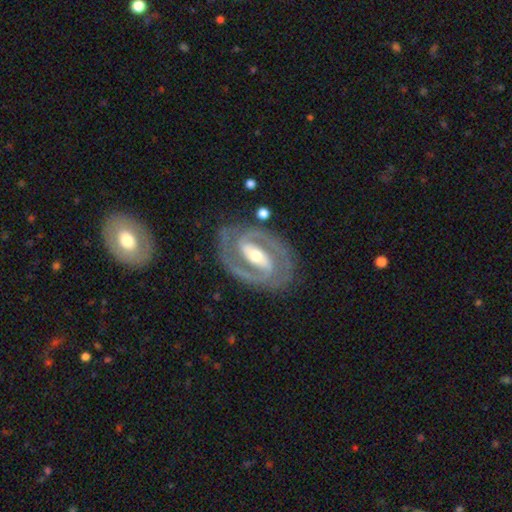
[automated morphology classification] featured or disk 92%, smooth 4%, star or artifact 4%. Down the decision tree: edge-on disk — no (97%); bar — strong (61%); spiral arms — yes (97%); spiral arm count — 2 (93%); spiral winding — tight (48%); bulge size — moderate (64%); merging — none (83%).